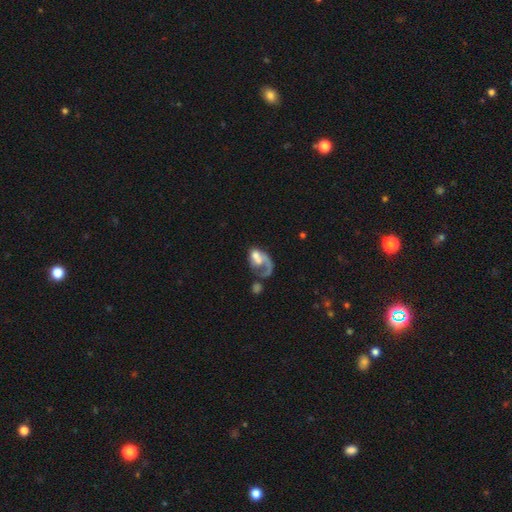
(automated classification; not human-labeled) The model was most divided on "bulge size": moderate: 34%, none: 23%, small: 22%, large: 17%, dominant: 4%. Remaining: edge-on disk — no (97%); bar — no (72%); spiral arms — yes (64%); smooth or featured — featured or disk (62%); merging — major disturbance (39%).